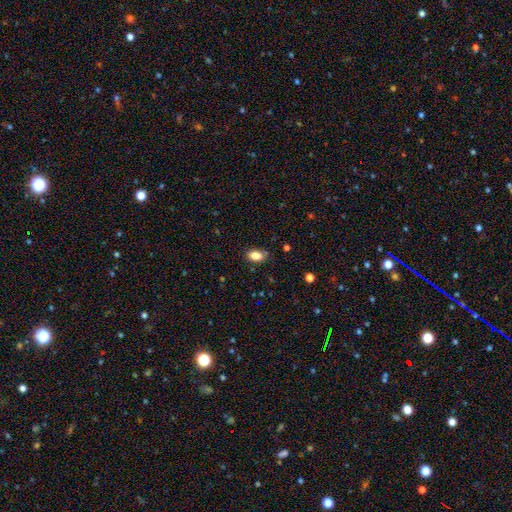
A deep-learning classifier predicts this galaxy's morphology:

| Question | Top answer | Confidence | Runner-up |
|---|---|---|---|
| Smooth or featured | smooth | 86% | star or artifact (9%) |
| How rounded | in between | 89% | round (9%) |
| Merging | none | 81% | minor disturbance (14%) |